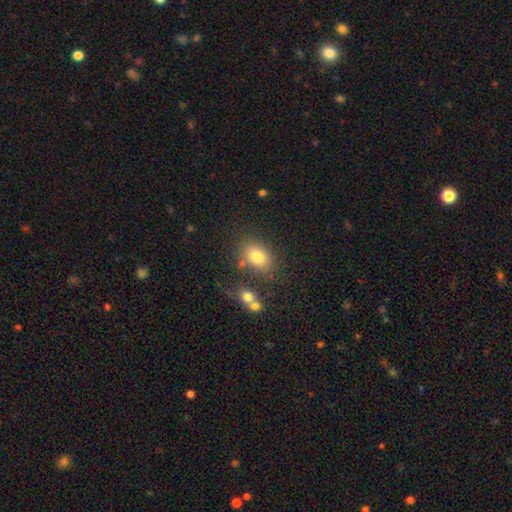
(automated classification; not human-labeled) Q: Smooth or featured?
A: smooth (79%); runner-up: featured or disk (11%)
Q: How rounded?
A: in between (74%); runner-up: round (25%)
Q: Merging?
A: none (71%); runner-up: minor disturbance (13%)